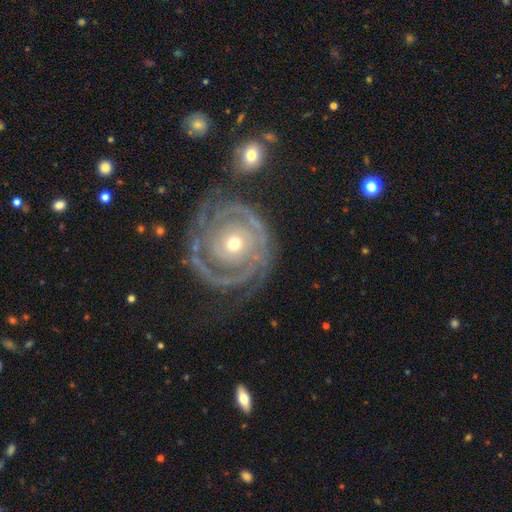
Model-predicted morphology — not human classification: smooth_or_featured: featured or disk (p=0.84) [alt: smooth p=0.08]
disk_edge_on: no (p=0.97) [alt: yes p=0.03]
bar: no (p=0.74) [alt: weak p=0.18]
has_spiral_arms: yes (p=0.92) [alt: no p=0.08]
spiral_winding: tight (p=0.79) [alt: medium p=0.17]
spiral_arm_count: 2 (p=0.46) [alt: can't tell p=0.20]
bulge_size: small (p=0.49) [alt: moderate p=0.47]
merging: none (p=0.72) [alt: minor disturbance p=0.15]